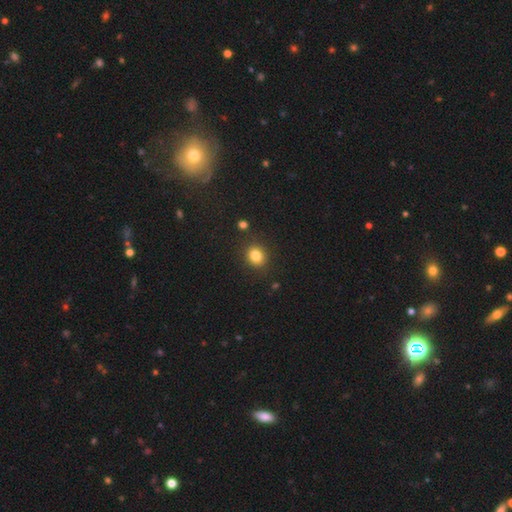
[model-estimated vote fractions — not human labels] Q: Smooth or featured?
A: smooth (82%); runner-up: star or artifact (12%)
Q: How rounded?
A: round (65%); runner-up: in between (34%)
Q: Merging?
A: none (85%); runner-up: minor disturbance (9%)